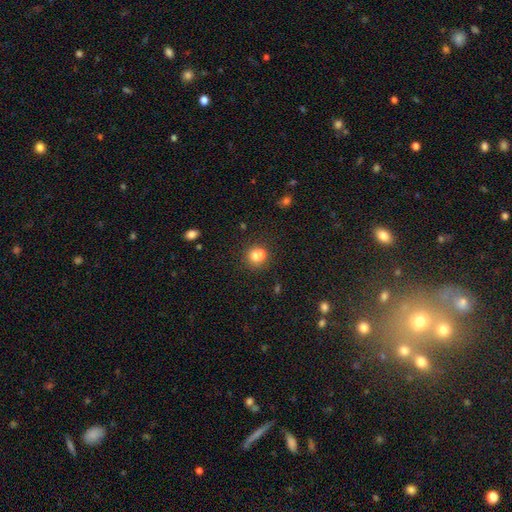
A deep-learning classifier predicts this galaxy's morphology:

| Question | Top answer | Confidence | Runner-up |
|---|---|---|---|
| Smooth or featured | smooth | 71% | featured or disk (16%) |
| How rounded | round | 74% | in between (25%) |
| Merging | merger | 48% | none (40%) |